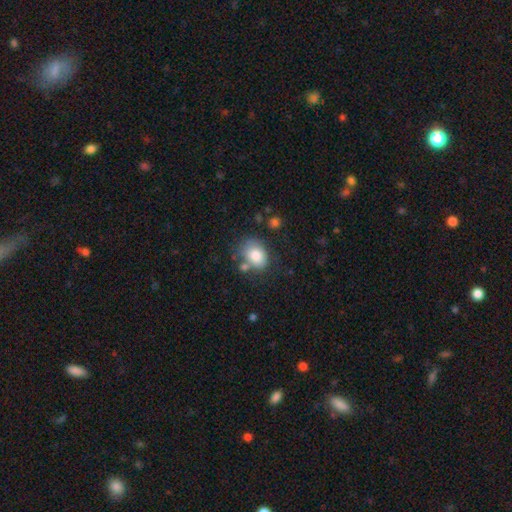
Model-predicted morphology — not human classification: smooth_or_featured: smooth (p=0.81) [alt: featured or disk p=0.11]
how_rounded: in between (p=0.65) [alt: round p=0.34]
merging: none (p=0.59) [alt: minor disturbance p=0.21]